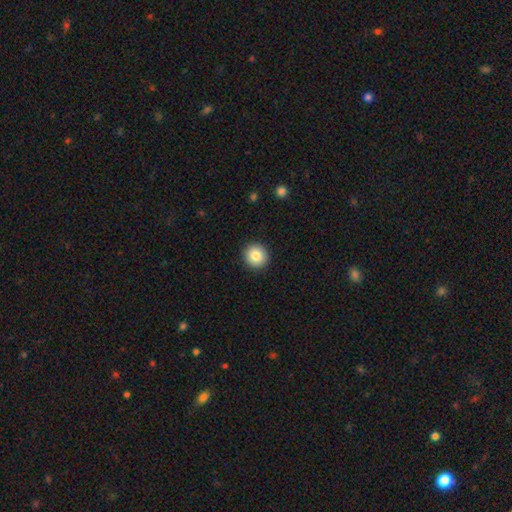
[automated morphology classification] This is clearly a smooth galaxy (84%). How rounded: clearly round (94%). Merging: clearly none (93%).